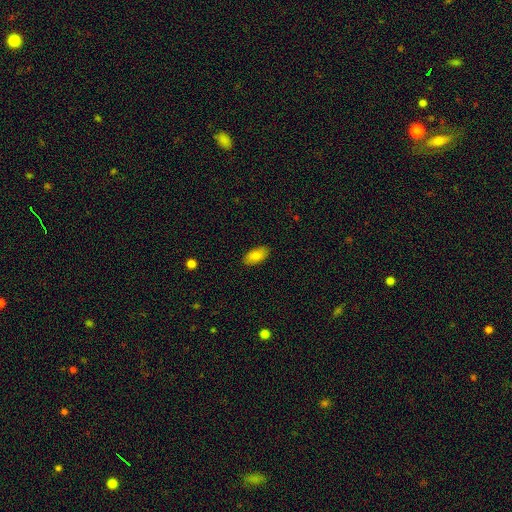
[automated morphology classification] A smooth galaxy with no disk features (84%) that is in between round and cigar-shaped (93%). Merging: none (88%).